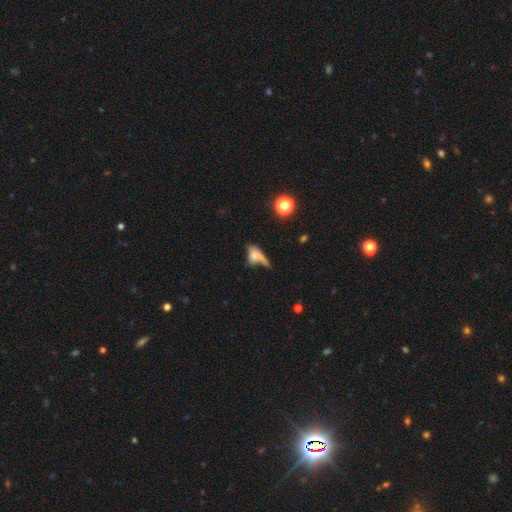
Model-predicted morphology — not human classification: This is possibly a smooth galaxy (60%). How rounded: likely in between (64%). Merging: marginally major disturbance (28%, tied with none).